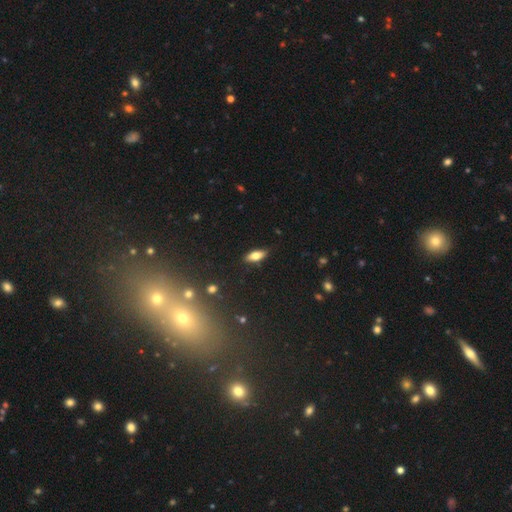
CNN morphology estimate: Overall: smooth (71%). How rounded: in between (77%). Merging: none (86%).